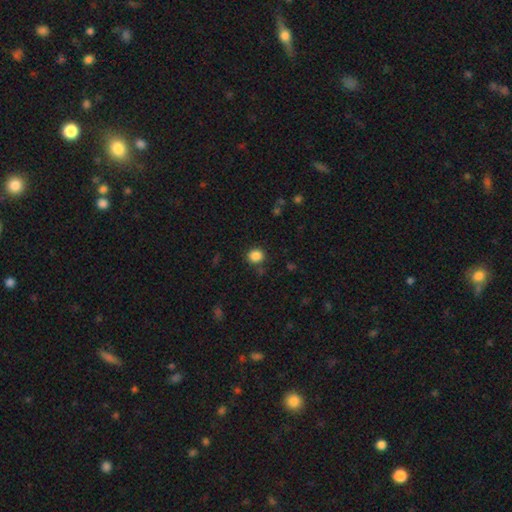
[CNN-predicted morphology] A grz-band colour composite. It shows a smooth galaxy with no disk features (85%) that is round (82%). Merging: none (86%).